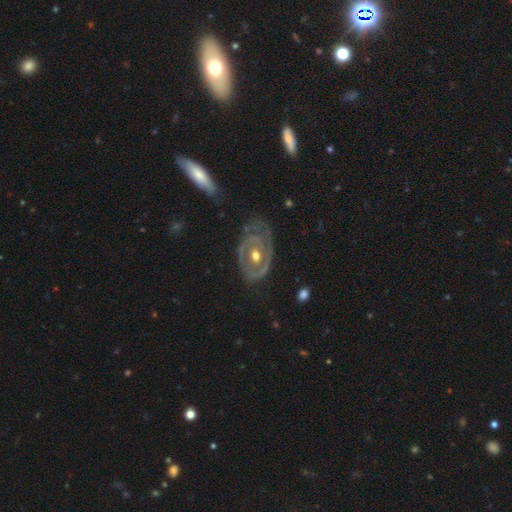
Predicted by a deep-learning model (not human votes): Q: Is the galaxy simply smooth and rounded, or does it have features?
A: featured or disk — 80%.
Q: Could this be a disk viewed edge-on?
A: no — 95%.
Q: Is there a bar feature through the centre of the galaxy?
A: no — 74%.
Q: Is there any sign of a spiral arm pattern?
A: yes — 67%.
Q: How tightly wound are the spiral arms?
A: tight — 64%.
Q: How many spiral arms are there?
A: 2 — 35%.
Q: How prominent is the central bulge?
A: moderate — 77%.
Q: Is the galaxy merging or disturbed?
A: none — 55%.